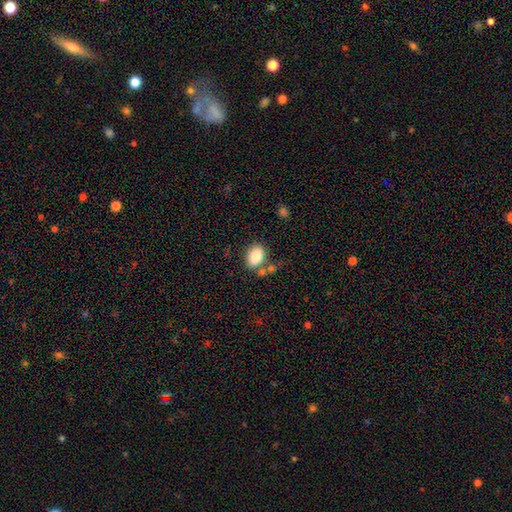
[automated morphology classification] Smooth or featured? smooth (85%)
How rounded? in between (82%)
Merging? none (66%)